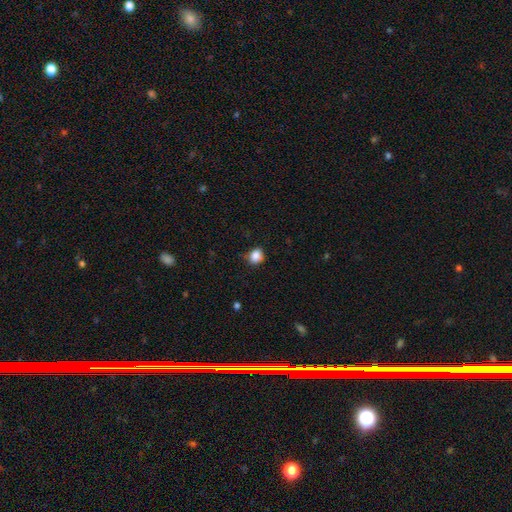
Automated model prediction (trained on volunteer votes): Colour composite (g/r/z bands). It shows a smooth galaxy with no disk features (87%) that is round (72%). Merging: none (75%).